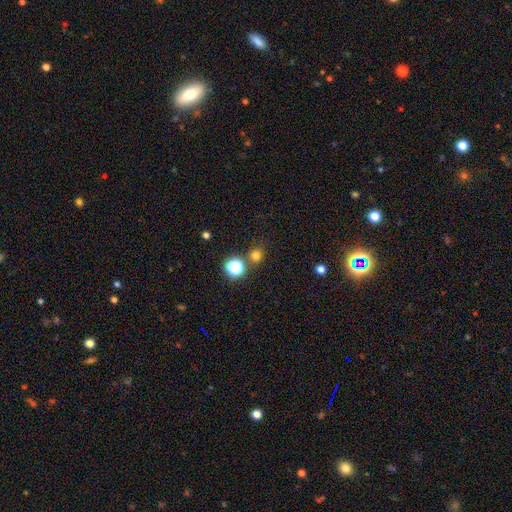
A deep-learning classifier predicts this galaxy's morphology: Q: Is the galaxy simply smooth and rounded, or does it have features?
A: smooth — 73%.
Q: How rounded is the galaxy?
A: round — 85%.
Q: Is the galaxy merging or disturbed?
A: none — 77%.